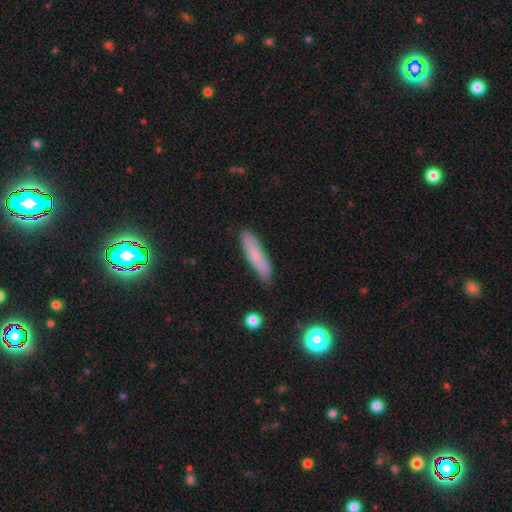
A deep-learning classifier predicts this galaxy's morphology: smooth_or_featured: smooth (p=0.68) [alt: featured or disk p=0.24]
how_rounded: cigar-shaped (p=0.78) [alt: in between p=0.20]
merging: none (p=0.85) [alt: minor disturbance p=0.11]